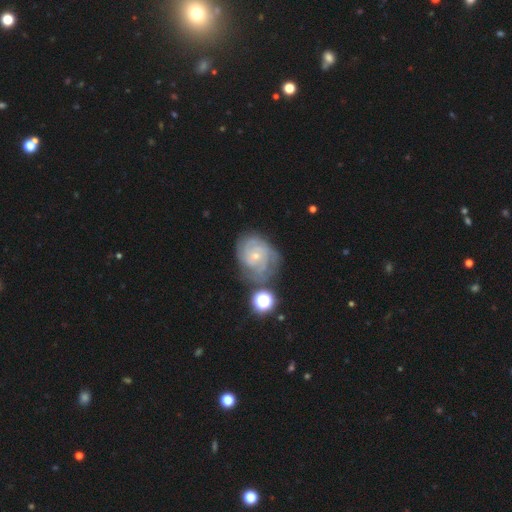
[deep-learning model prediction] Q: Smooth or featured?
A: featured or disk (78%); runner-up: smooth (13%)
Q: Edge-on disk?
A: no (98%); runner-up: yes (2%)
Q: Bar?
A: no (68%); runner-up: weak (28%)
Q: Spiral arms?
A: yes (93%); runner-up: no (7%)
Q: Spiral winding?
A: tight (63%); runner-up: medium (30%)
Q: Spiral arm count?
A: can't tell (39%); runner-up: 3 (21%)
Q: Bulge size?
A: small (74%); runner-up: moderate (22%)
Q: Merging?
A: none (55%); runner-up: minor disturbance (23%)